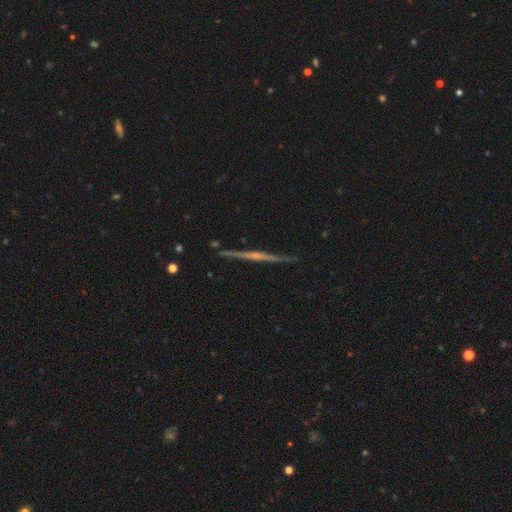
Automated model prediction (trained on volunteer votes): Q: Smooth or featured?
A: featured or disk (84%); runner-up: smooth (10%)
Q: Edge-on disk?
A: yes (98%); runner-up: no (2%)
Q: Edge-on bulge?
A: rounded (67%); runner-up: none (24%)
Q: Merging?
A: none (89%); runner-up: minor disturbance (8%)